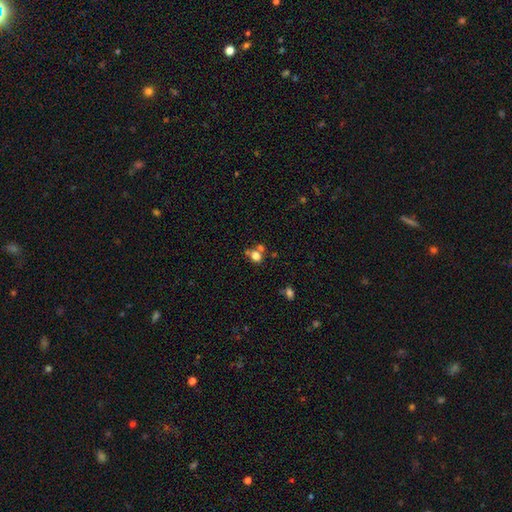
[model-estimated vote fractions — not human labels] smooth-or-featured: smooth: 75% | star or artifact: 14% | featured or disk: 11%
  how-rounded: round: 57% | in between: 42% | cigar-shaped: 1%
  merging: none: 49% | merger: 34% | minor disturbance: 12% | major disturbance: 6%